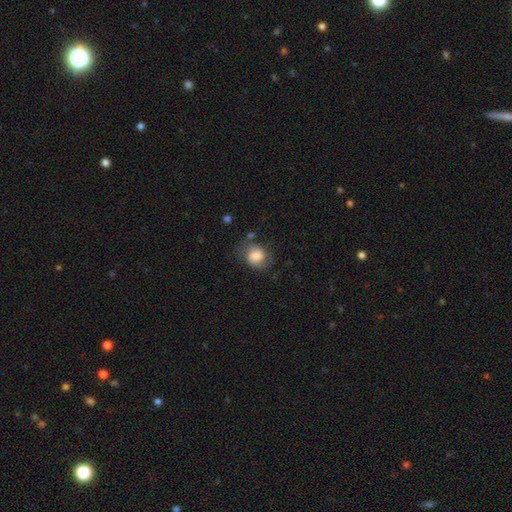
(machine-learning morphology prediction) type=smooth (73%); roundness=round (60%); merging=none (56%).